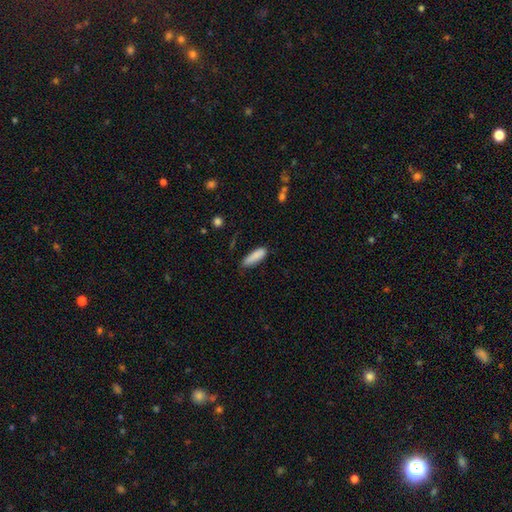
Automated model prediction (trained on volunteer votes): This is clearly a smooth galaxy (86%). How rounded: possibly cigar-shaped (50%). Merging: likely none (74%).